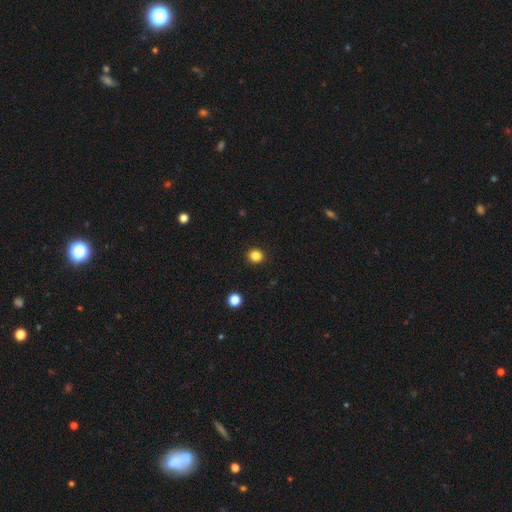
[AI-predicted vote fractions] This appears to be a smooth galaxy with no disk features (84%) that is round (86%). Merging: none (92%).